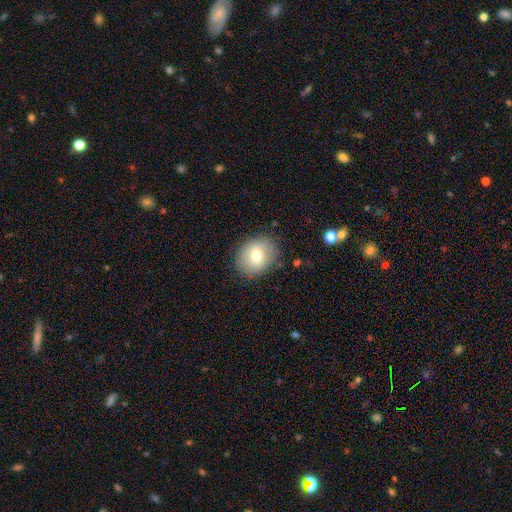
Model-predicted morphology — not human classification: Q: Smooth or featured?
A: smooth (72%); runner-up: featured or disk (19%)
Q: How rounded?
A: round (52%); runner-up: in between (47%)
Q: Merging?
A: none (84%); runner-up: minor disturbance (11%)